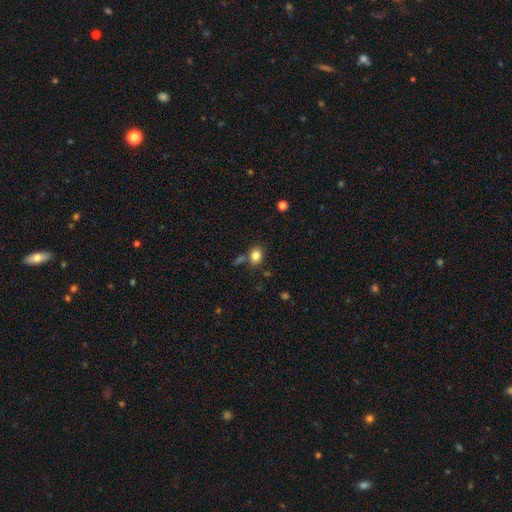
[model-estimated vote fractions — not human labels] Smooth or featured? Predicted: smooth (p=0.82). How rounded? Predicted: round (p=0.69). Merging? Predicted: none (p=0.74).